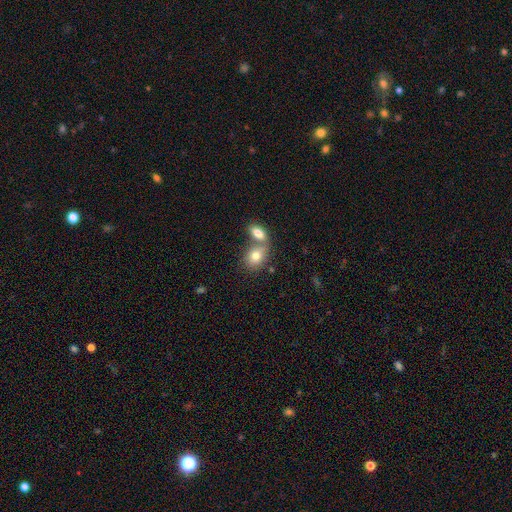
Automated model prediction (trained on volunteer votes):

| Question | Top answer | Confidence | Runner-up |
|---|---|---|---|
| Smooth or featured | smooth | 80% | featured or disk (13%) |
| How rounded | in between | 69% | round (29%) |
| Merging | merger | 53% | none (35%) |